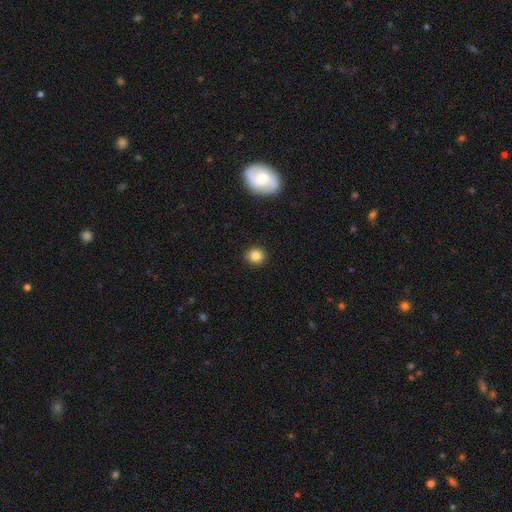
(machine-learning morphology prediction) This appears to be a smooth galaxy with no disk features (84%) that is round (87%). Merging: none (91%).